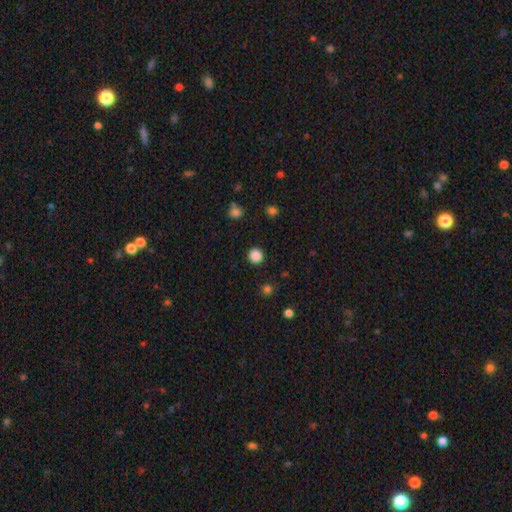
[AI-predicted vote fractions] The model was most divided on "smooth or featured": smooth: 86%, star or artifact: 12%, featured or disk: 3%. More confident: how rounded — round (93%); merging — none (91%).